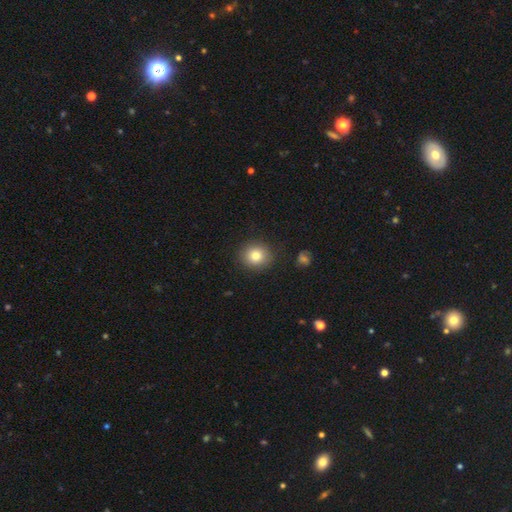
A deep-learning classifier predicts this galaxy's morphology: Smooth or featured?
  - smooth: 81% *
  - star or artifact: 10%
  - featured or disk: 9%
How rounded?
  - round: 84% *
  - in between: 15%
  - cigar-shaped: 1%
Merging?
  - none: 87% *
  - minor disturbance: 8%
  - major disturbance: 3%
  - merger: 2%